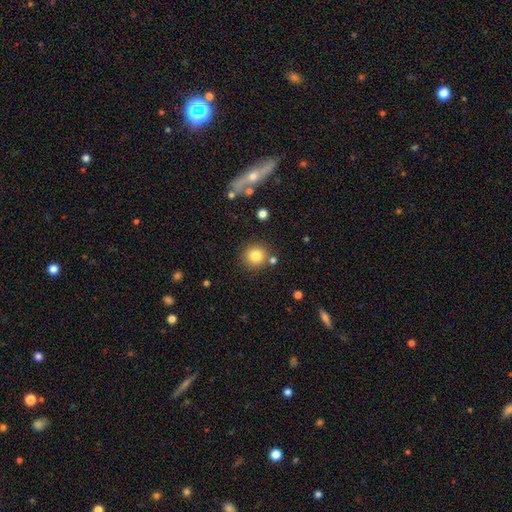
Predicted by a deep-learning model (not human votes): A smooth galaxy with no disk features (82%) that is round (93%). Merging: none (80%).